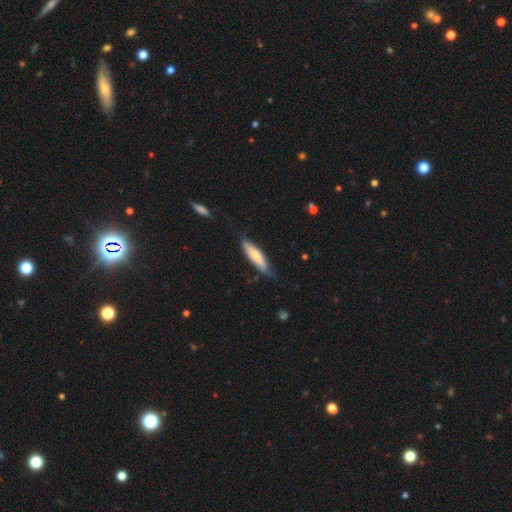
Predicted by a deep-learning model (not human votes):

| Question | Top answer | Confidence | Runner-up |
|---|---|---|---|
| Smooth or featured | smooth | 67% | featured or disk (27%) |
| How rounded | cigar-shaped | 66% | in between (32%) |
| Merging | none | 75% | minor disturbance (20%) |